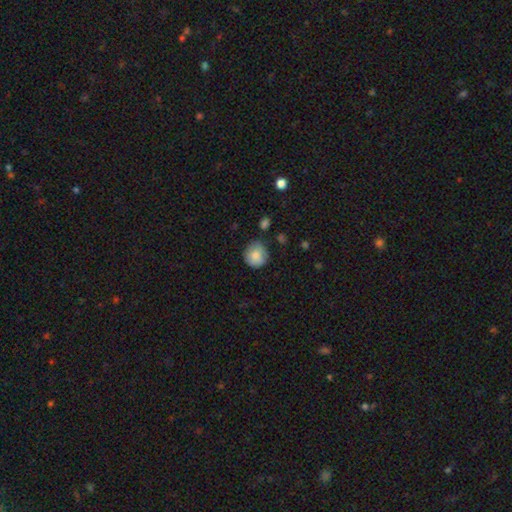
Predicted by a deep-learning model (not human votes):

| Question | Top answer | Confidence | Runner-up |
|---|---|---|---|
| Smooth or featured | smooth | 82% | featured or disk (10%) |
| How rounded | round | 89% | in between (10%) |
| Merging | none | 74% | minor disturbance (20%) |